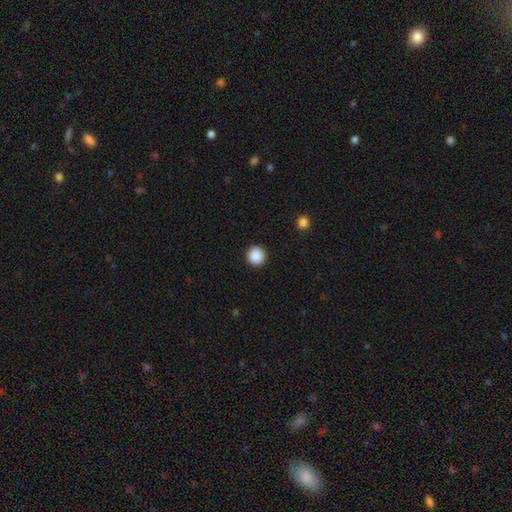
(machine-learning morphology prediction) smooth 89%, star or artifact 9%, featured or disk 3%. Down the decision tree: how rounded — round (96%); merging — none (93%).